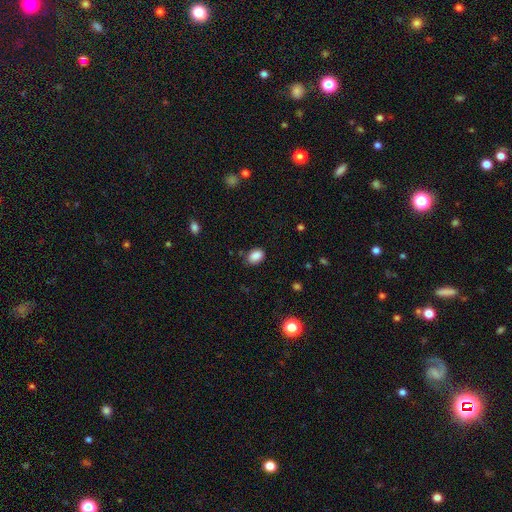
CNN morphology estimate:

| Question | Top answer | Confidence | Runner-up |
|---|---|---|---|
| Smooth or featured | smooth | 87% | star or artifact (9%) |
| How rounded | in between | 76% | round (23%) |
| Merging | none | 77% | minor disturbance (17%) |